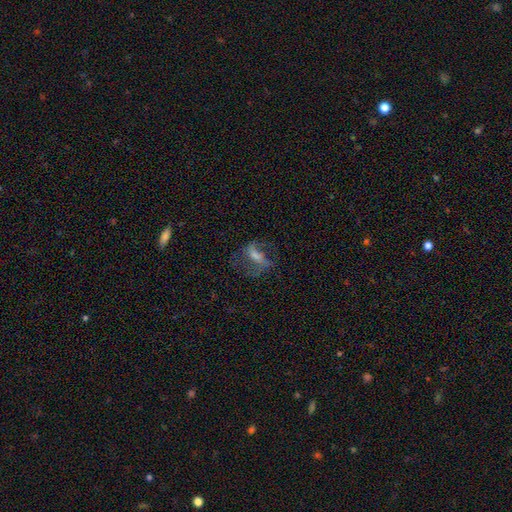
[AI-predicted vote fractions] This is likely a featured or disk galaxy (63%). It is clearly not viewed edge-on (89%). Bar: marginally weak (40%). Spiral arm pattern: likely yes (77%). Central bulge: marginally moderate (38%). Merging: possibly none (59%).